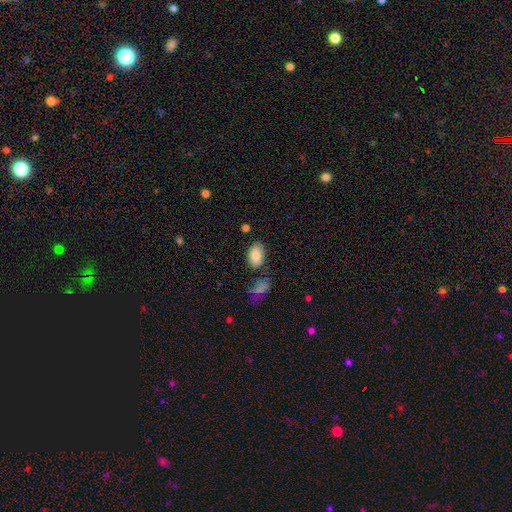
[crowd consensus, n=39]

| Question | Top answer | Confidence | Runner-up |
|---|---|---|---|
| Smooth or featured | smooth | 87% | featured or disk (8%) |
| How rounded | in between | 97% | round (3%) |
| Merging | none | 86% | minor disturbance (11%) |